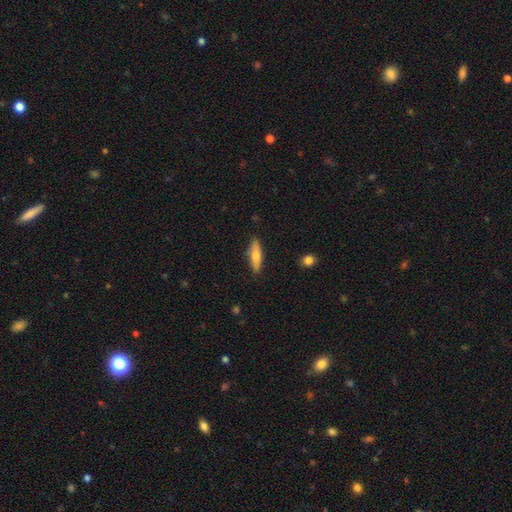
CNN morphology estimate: Smooth or featured?
  - smooth: 65% *
  - featured or disk: 30%
  - star or artifact: 6%
How rounded?
  - cigar-shaped: 64% *
  - in between: 34%
  - round: 2%
Merging?
  - none: 84% *
  - minor disturbance: 12%
  - major disturbance: 2%
  - merger: 2%